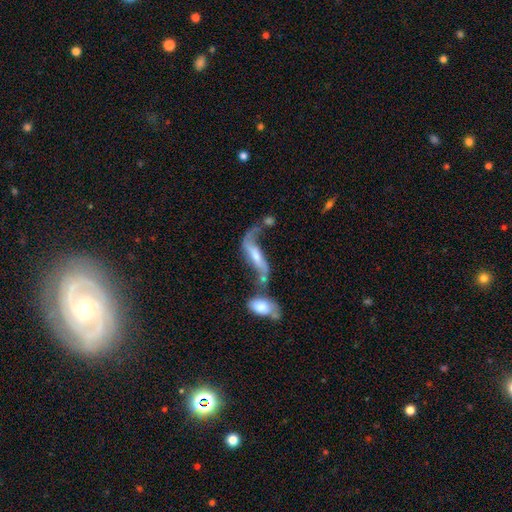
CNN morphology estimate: Smooth or featured? featured or disk (69%)
Edge-on disk? no (74%)
Bar? no (38%)
Spiral arms? yes (77%)
Bulge size? moderate (47%)
Merging? merger (44%)